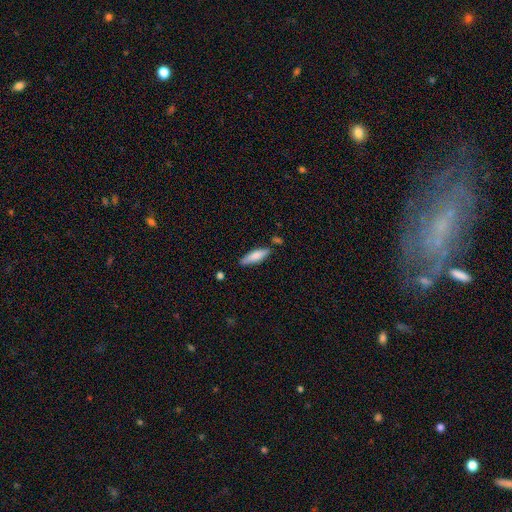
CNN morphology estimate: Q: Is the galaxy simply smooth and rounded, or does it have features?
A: smooth — 79%.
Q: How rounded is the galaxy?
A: cigar-shaped — 56%.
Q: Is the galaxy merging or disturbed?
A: none — 77%.